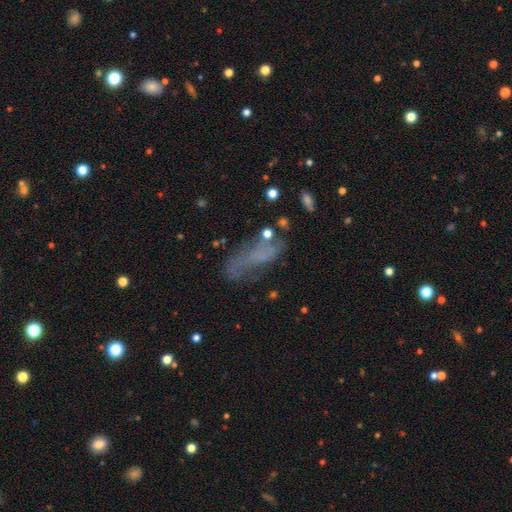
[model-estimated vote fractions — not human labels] Smooth or featured? Predicted: featured or disk (p=0.42). Merging? Predicted: none (p=0.44).